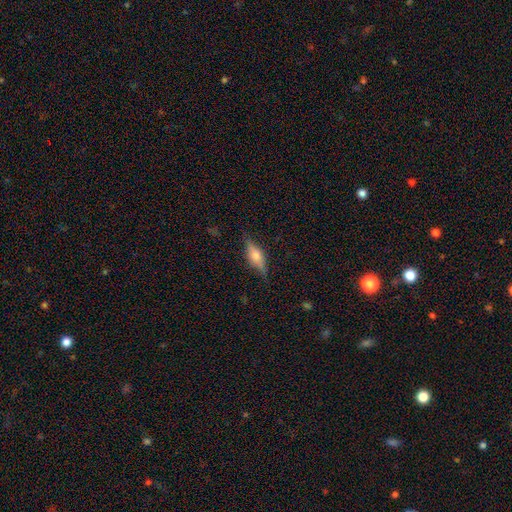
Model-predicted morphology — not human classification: This is possibly a featured or disk galaxy (49%). Merging: likely none (80%).